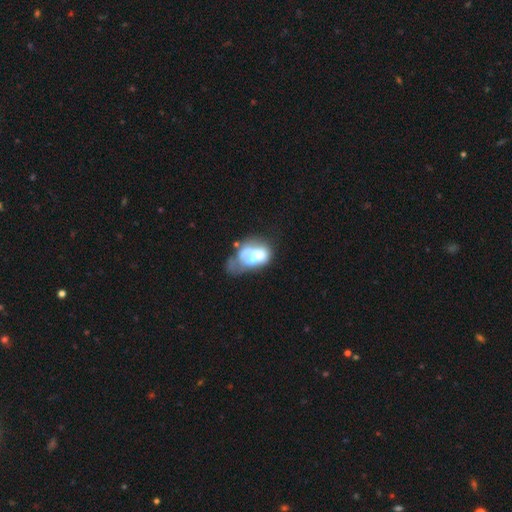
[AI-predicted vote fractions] Smooth or featured? featured or disk (47%)
Merging? merger (34%)